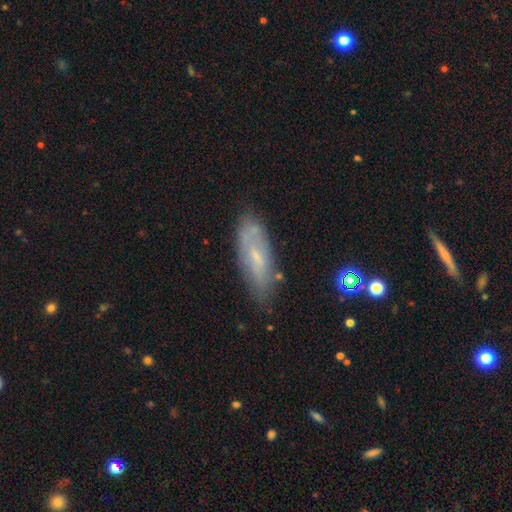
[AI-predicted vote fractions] smooth 47%, featured or disk 45%, star or artifact 8%. Down the decision tree: merging — none (70%).